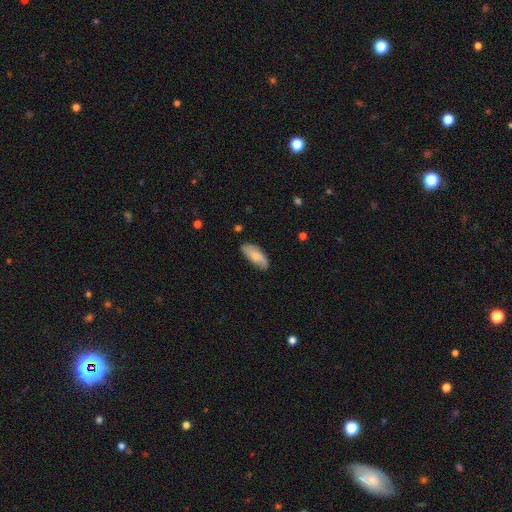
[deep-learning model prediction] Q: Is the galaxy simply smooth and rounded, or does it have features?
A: smooth — 68%.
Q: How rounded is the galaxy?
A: in between — 82%.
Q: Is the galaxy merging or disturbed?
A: none — 77%.